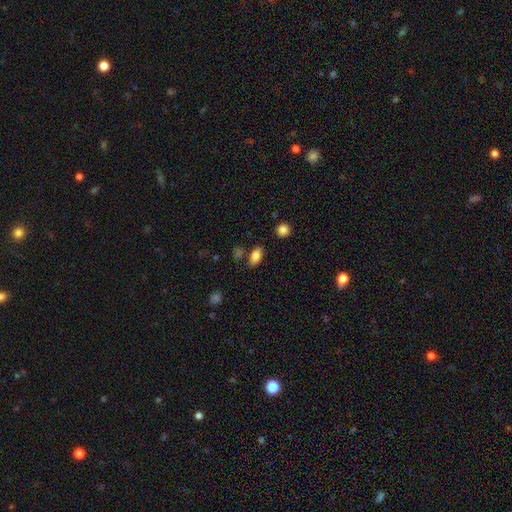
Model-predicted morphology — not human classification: smooth_or_featured: smooth (p=0.82) [alt: featured or disk p=0.09]
how_rounded: in between (p=0.87) [alt: cigar-shaped p=0.07]
merging: none (p=0.76) [alt: minor disturbance p=0.15]